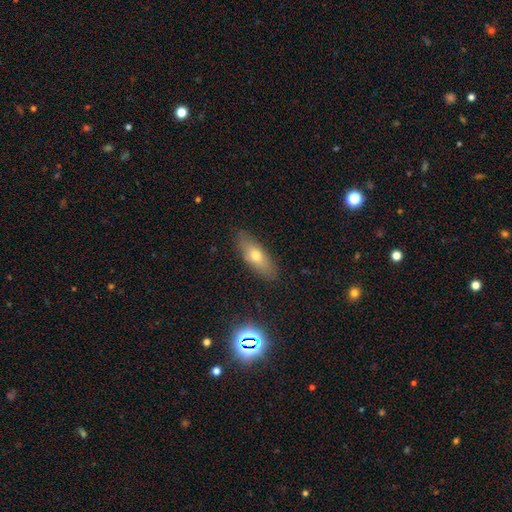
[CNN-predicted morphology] Smooth or featured?
  - smooth: 65% *
  - featured or disk: 27%
  - star or artifact: 8%
How rounded?
  - in between: 62% *
  - cigar-shaped: 34%
  - round: 4%
Merging?
  - none: 84% *
  - minor disturbance: 11%
  - major disturbance: 3%
  - merger: 1%